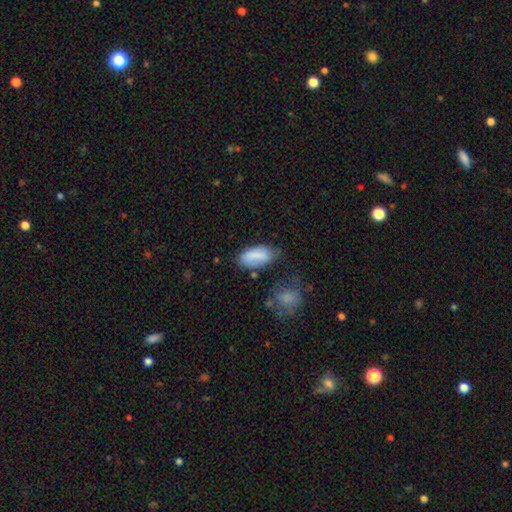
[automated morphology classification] smooth 82%, featured or disk 11%, star or artifact 7%. Down the decision tree: how rounded — in between (92%); merging — none (61%).